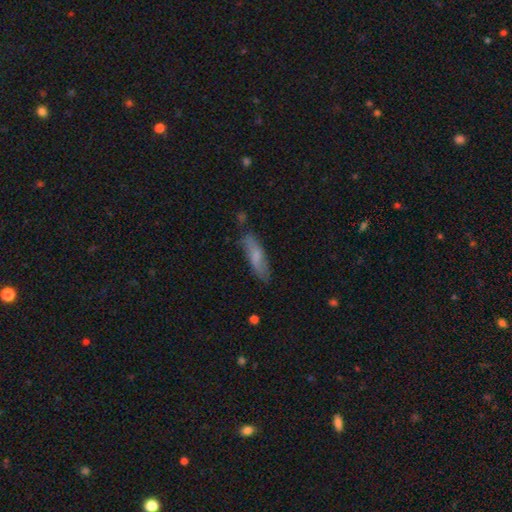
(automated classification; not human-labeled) Smooth or featured?
  - smooth: 64% *
  - featured or disk: 29%
  - star or artifact: 7%
How rounded?
  - cigar-shaped: 61% *
  - in between: 37%
  - round: 2%
Merging?
  - none: 75% *
  - minor disturbance: 19%
  - major disturbance: 4%
  - merger: 2%